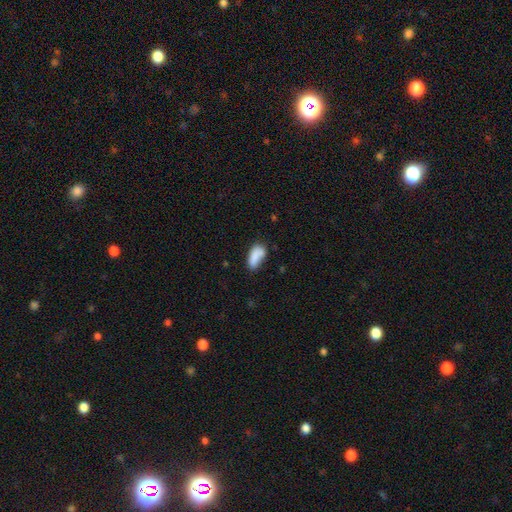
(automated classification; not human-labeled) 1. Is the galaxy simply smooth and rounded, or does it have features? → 81% smooth, 11% featured or disk, 8% star or artifact.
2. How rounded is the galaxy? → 84% in between, 12% cigar-shaped, 3% round.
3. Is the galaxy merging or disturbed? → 51% none, 28% minor disturbance, 11% merger, 10% major disturbance.